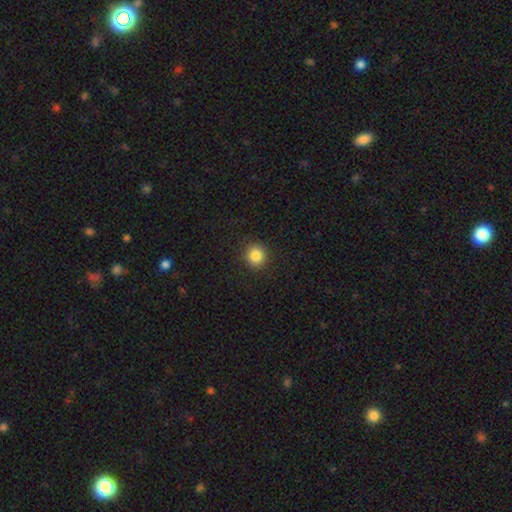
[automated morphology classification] Smooth or featured? Predicted: smooth (p=0.84). How rounded? Predicted: round (p=0.93). Merging? Predicted: none (p=0.91).